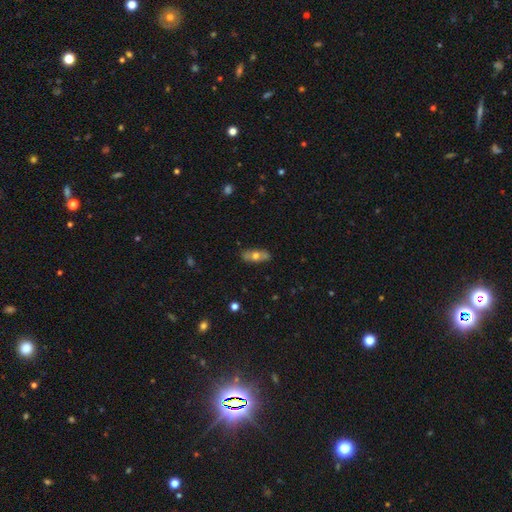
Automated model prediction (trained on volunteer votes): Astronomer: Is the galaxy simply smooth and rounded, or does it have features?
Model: smooth — 56% (runner-up: featured or disk, 37%).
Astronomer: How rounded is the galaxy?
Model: in between — 75%.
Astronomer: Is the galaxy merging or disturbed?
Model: none — 84%.